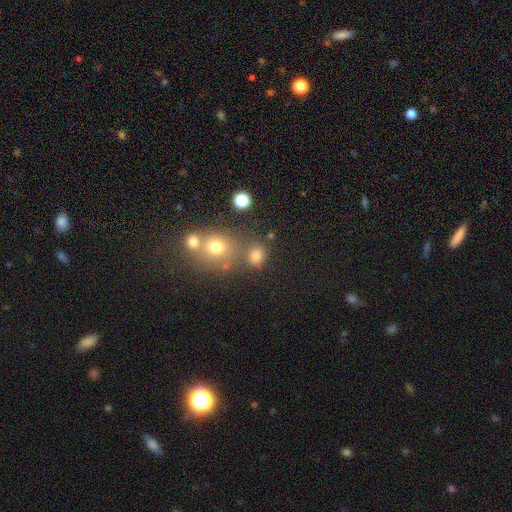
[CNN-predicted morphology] A smooth galaxy with no disk features (74%) that is round (73%).

Vote fractions:
- Smooth or featured? smooth: 74% / star or artifact: 18% / featured or disk: 8%
- How rounded? round: 73% / in between: 26% / cigar-shaped: 1%
- Merging? none: 63% / merger: 23% / minor disturbance: 10% / major disturbance: 5%